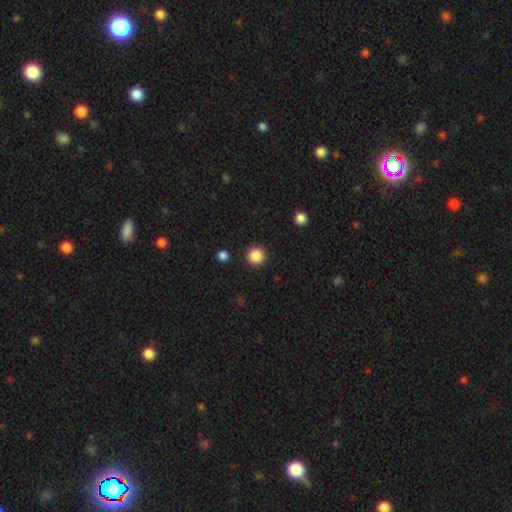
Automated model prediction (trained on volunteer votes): smooth_or_featured: smooth (p=0.87) [alt: star or artifact p=0.10]
how_rounded: round (p=0.94) [alt: in between p=0.05]
merging: none (p=0.91) [alt: minor disturbance p=0.05]